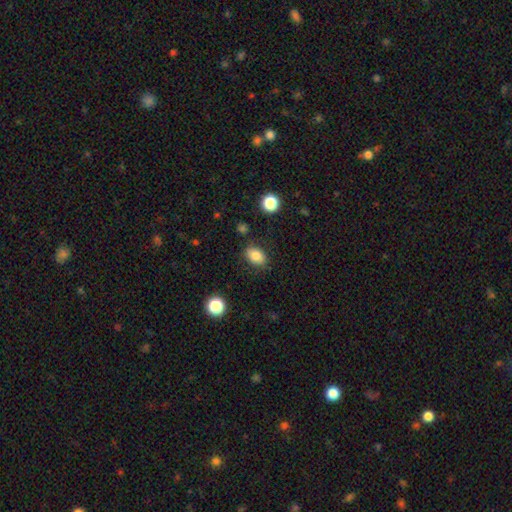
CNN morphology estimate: Overall: smooth (83%). How rounded: in between (79%). Merging: none (82%).